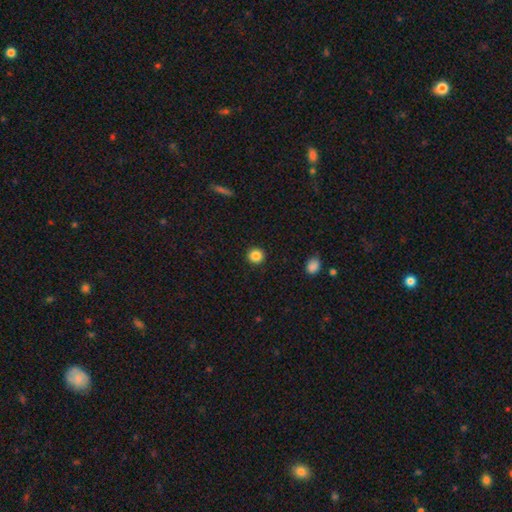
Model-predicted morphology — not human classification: Smooth or featured?
  - smooth: 86% *
  - star or artifact: 11%
  - featured or disk: 4%
How rounded?
  - round: 94% *
  - in between: 5%
  - cigar-shaped: 1%
Merging?
  - none: 93% *
  - minor disturbance: 4%
  - major disturbance: 2%
  - merger: 1%